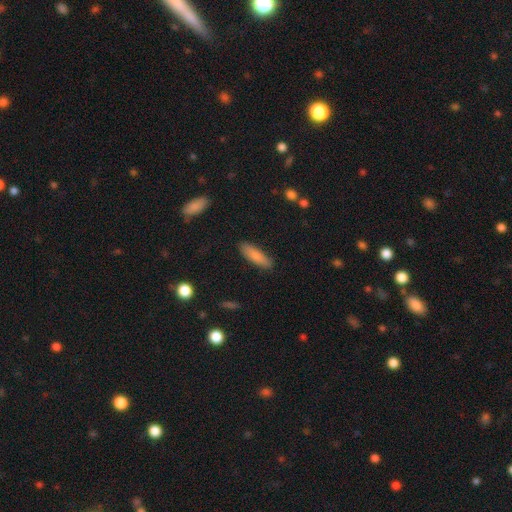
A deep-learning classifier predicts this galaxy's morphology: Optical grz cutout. It shows a smooth galaxy with no disk features (83%) that is cigar-shaped (58%). Merging: none (87%).